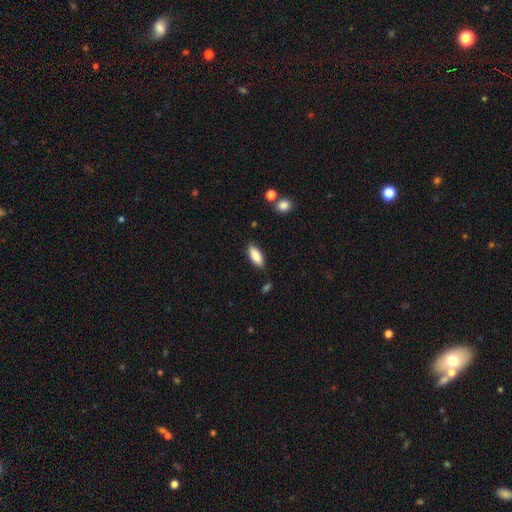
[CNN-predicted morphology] smooth_or_featured: smooth (p=0.83) [alt: featured or disk p=0.11]
how_rounded: in between (p=0.77) [alt: cigar-shaped p=0.21]
merging: none (p=0.85) [alt: minor disturbance p=0.11]